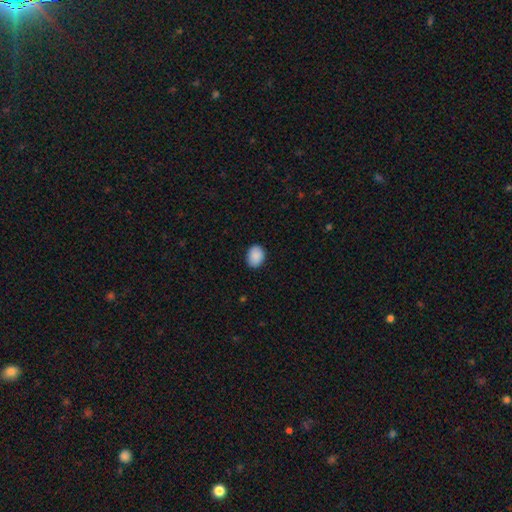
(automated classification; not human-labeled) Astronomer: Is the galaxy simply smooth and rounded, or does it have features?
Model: smooth — 90%.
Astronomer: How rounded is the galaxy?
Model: in between — 65%.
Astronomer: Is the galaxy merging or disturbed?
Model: none — 87%.